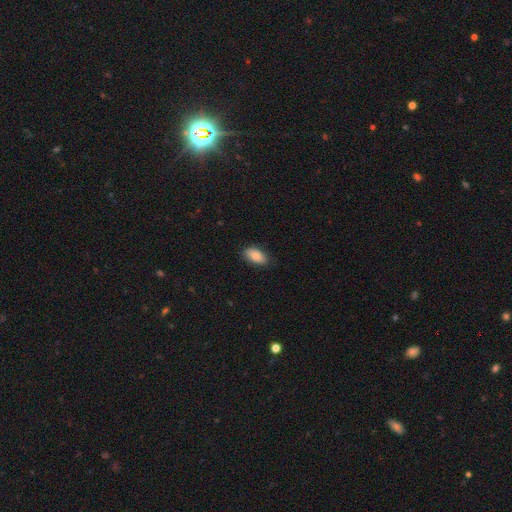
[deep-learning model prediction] Smooth or featured: smooth — 86% (star or artifact — 7%)
How rounded: in between — 92% (cigar-shaped — 5%)
Merging: none — 84% (minor disturbance — 12%)